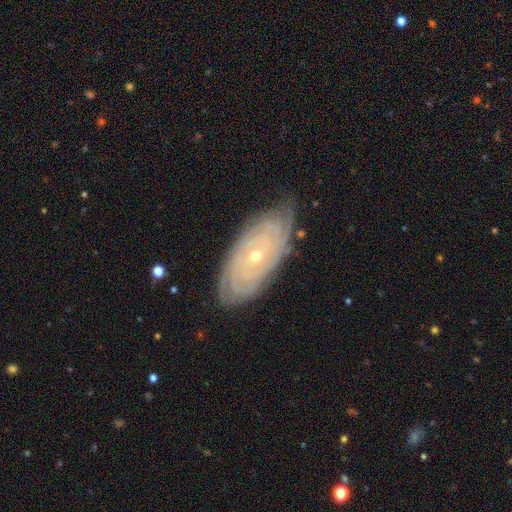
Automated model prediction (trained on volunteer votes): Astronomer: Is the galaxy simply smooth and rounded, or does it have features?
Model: featured or disk — 84%.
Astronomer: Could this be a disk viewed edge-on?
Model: no — 93%.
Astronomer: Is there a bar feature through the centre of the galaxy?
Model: no — 78%.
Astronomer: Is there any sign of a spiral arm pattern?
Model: yes — 96%.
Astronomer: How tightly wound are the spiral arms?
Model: tight — 88%.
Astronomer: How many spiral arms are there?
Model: can't tell — 39% (runner-up: 4, 17%).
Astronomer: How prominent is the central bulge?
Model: small — 68%.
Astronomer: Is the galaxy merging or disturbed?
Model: none — 80%.